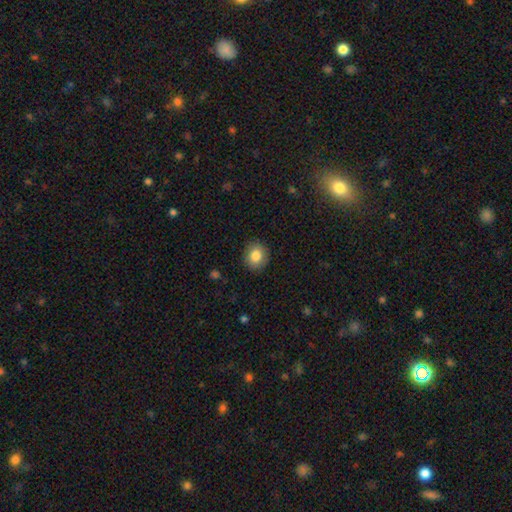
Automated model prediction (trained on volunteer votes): Smooth or featured? smooth (84%)
How rounded? round (76%)
Merging? none (89%)